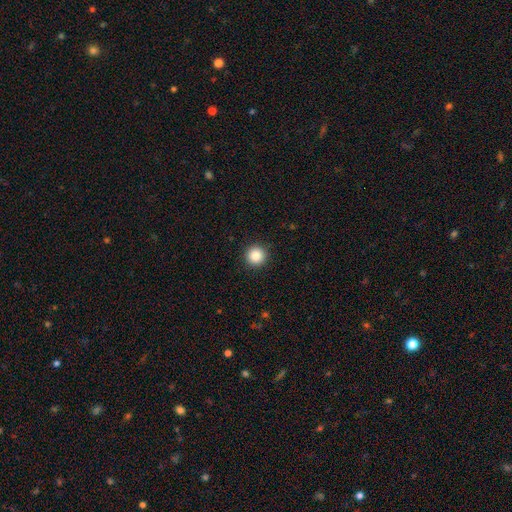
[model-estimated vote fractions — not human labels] Smooth or featured? Predicted: smooth (p=0.88). How rounded? Predicted: round (p=0.96). Merging? Predicted: none (p=0.93).